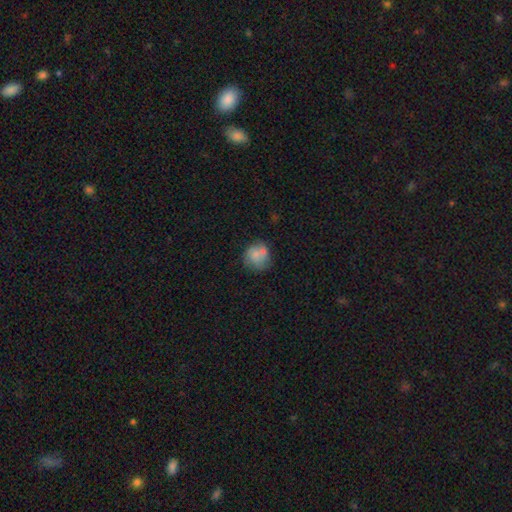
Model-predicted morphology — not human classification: The model was most divided on "merging": none: 49%, merger: 27%, minor disturbance: 17%, major disturbance: 6%. More confident: how rounded — round (83%); smooth or featured — smooth (72%).